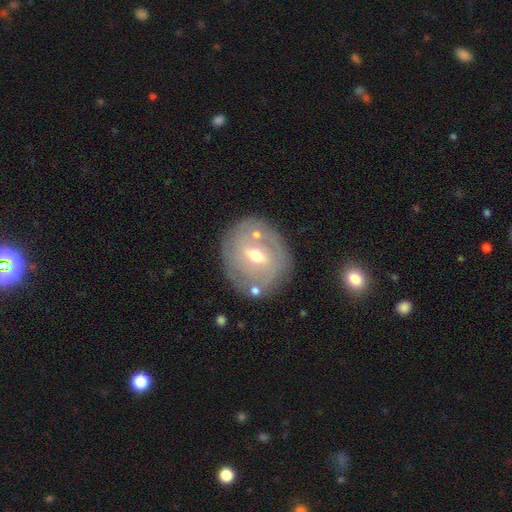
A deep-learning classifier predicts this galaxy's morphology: smooth-or-featured: featured or disk: 61% | smooth: 31% | star or artifact: 8%
  disk-edge-on: no: 94% | yes: 6%
    bar: weak: 54% | no: 27% | strong: 19%
    has-spiral-arms: no: 52% | yes: 48%
    bulge-size: moderate: 62% | small: 34% | large: 3% | none: 1% | dominant: 1%
  merging: none: 75% | minor disturbance: 14% | merger: 5% | major disturbance: 5%